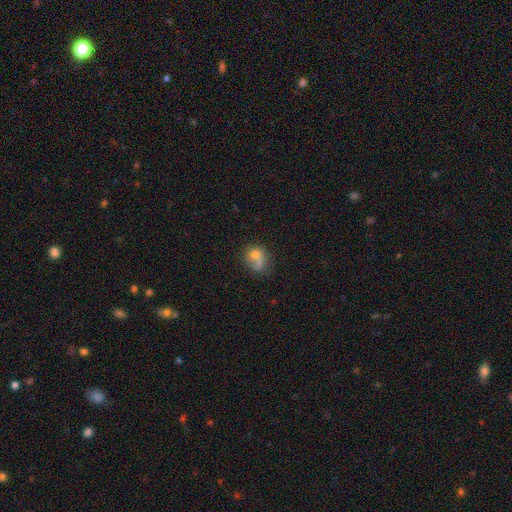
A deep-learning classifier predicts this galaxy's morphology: The model was most divided on "merging": none: 37%, merger: 26%, minor disturbance: 20%, major disturbance: 18%. More confident: smooth or featured — smooth (62%); how rounded — round (58%).